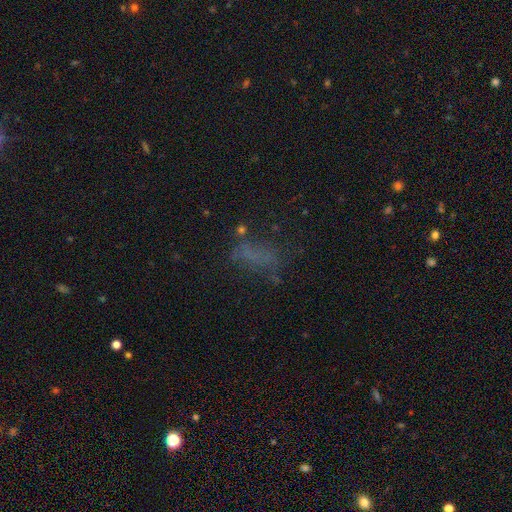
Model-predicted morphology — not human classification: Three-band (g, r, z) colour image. It shows a smooth galaxy with no disk features (48%). Merging: none (49%).